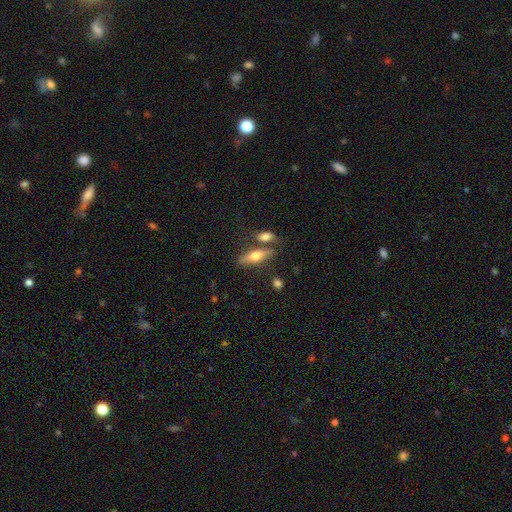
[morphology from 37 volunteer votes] A smooth galaxy with no disk features (57%) that is in between round and cigar-shaped (57%). Merging: none (72%).